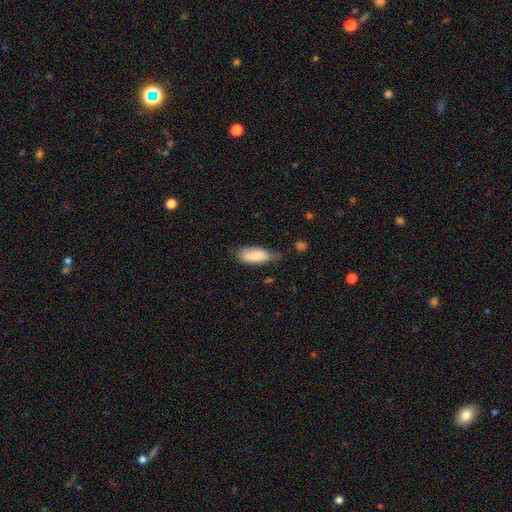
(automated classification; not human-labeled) smooth-or-featured: smooth: 82% | featured or disk: 12% | star or artifact: 7%
  how-rounded: in between: 76% | cigar-shaped: 22% | round: 2%
  merging: none: 43% | minor disturbance: 42% | major disturbance: 12% | merger: 3%